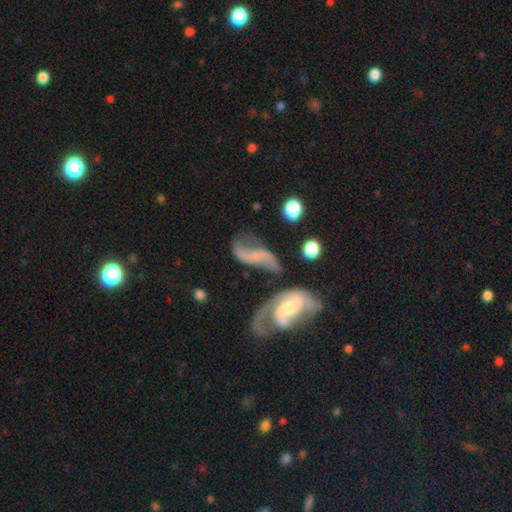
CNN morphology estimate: Smooth or featured? featured or disk (72%)
Edge-on disk? no (94%)
Bar? no (49%)
Spiral arms? yes (89%)
Spiral winding? loose (68%)
Spiral arm count? 2 (84%)
Bulge size? none (51%)
Merging? none (35%)